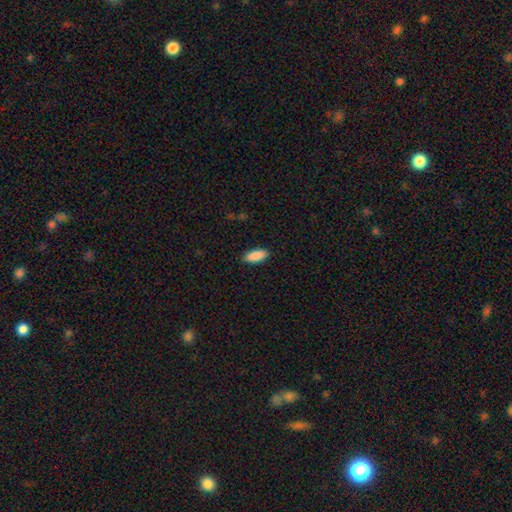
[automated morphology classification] type=smooth (90%); roundness=in between (82%); merging=none (89%).